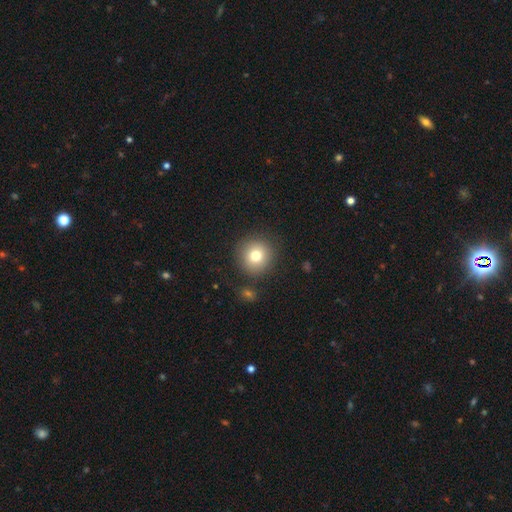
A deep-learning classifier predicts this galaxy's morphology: Smooth or featured?
  - smooth: 77% *
  - star or artifact: 12%
  - featured or disk: 11%
How rounded?
  - round: 93% *
  - in between: 6%
  - cigar-shaped: 1%
Merging?
  - none: 86% *
  - minor disturbance: 7%
  - merger: 3%
  - major disturbance: 3%